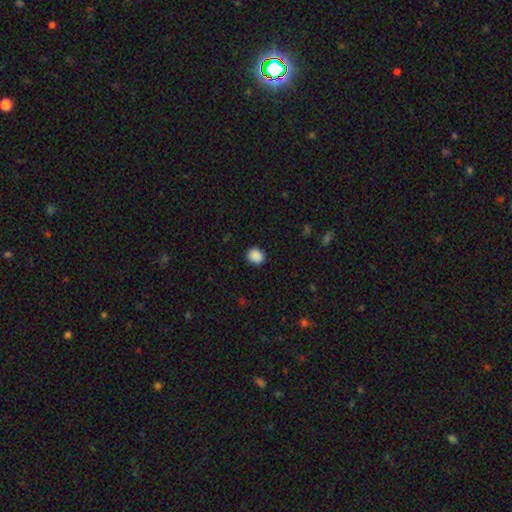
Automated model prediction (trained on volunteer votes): Smooth or featured: smooth — 89% (star or artifact — 9%)
How rounded: round — 65% (in between — 34%)
Merging: none — 89% (minor disturbance — 8%)